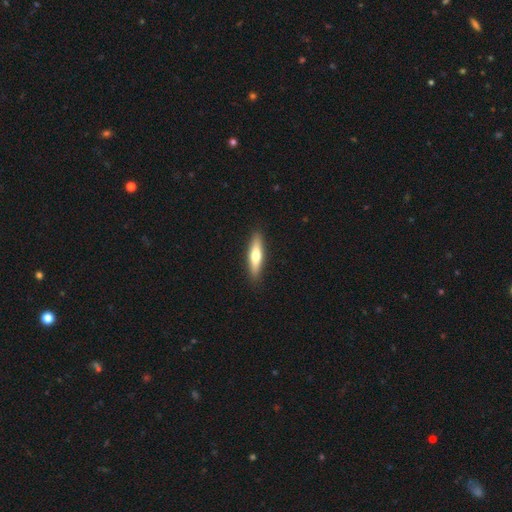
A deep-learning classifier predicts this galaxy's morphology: type=smooth (59%); roundness=cigar-shaped (76%); merging=none (90%).